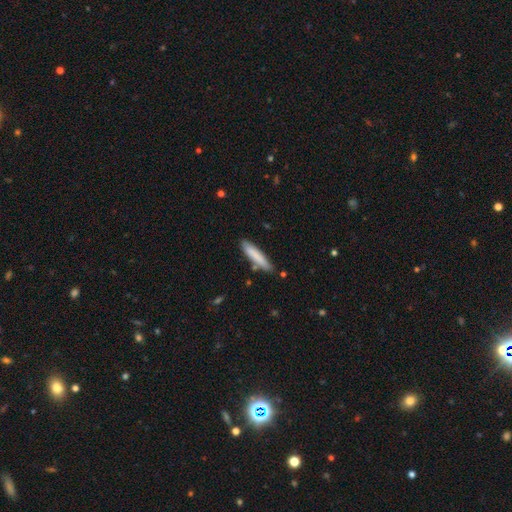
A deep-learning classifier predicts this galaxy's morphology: Smooth or featured? Predicted: smooth (p=0.82). How rounded? Predicted: cigar-shaped (p=0.86). Merging? Predicted: none (p=0.84).